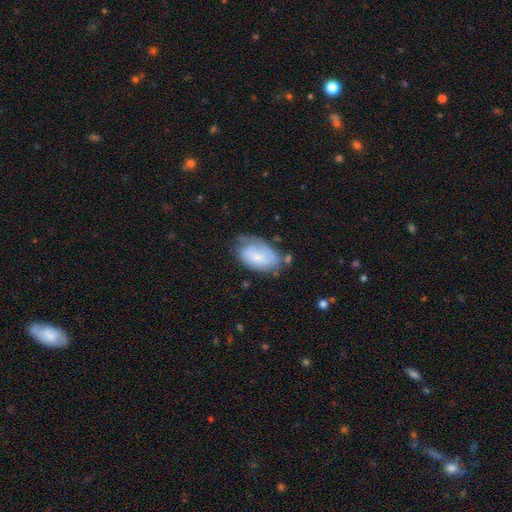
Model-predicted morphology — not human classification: The model was most divided on "merging": none: 43%, minor disturbance: 35%, major disturbance: 17%, merger: 5%. More confident: how rounded — in between (92%); smooth or featured — smooth (60%).